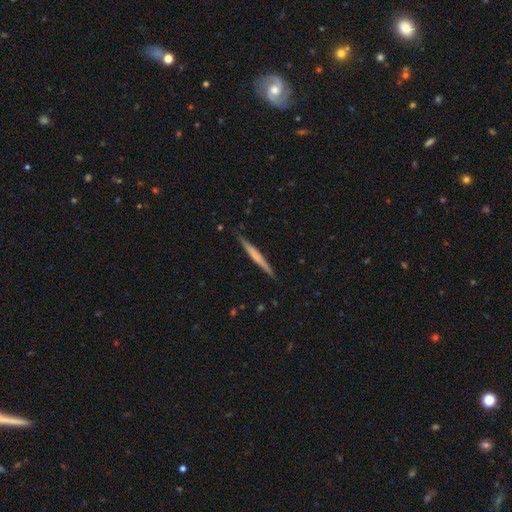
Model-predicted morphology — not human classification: The model was most divided on "smooth or featured": featured or disk: 49%, smooth: 46%, star or artifact: 5%. More confident: merging — none (88%).